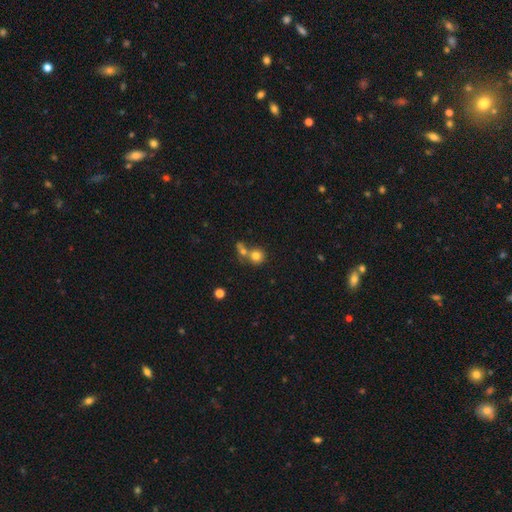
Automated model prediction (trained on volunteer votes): Morphology: type=smooth (77%); roundness=round (87%); merging=none (48%).